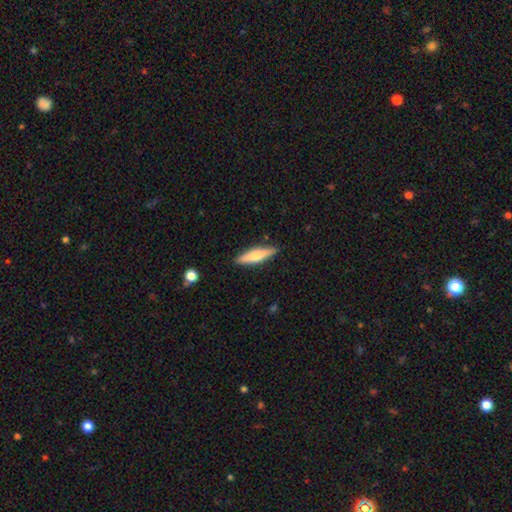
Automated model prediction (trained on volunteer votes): Morphology: type=smooth (56%); roundness=cigar-shaped (79%); merging=none (88%).